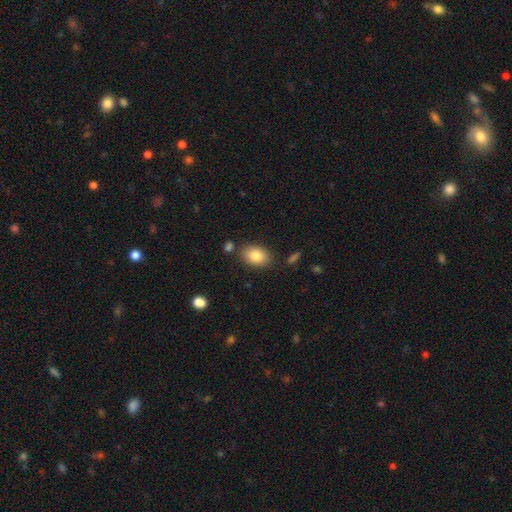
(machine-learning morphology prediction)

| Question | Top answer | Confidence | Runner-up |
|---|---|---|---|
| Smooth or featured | smooth | 84% | featured or disk (8%) |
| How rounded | in between | 83% | round (16%) |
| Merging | none | 82% | minor disturbance (11%) |